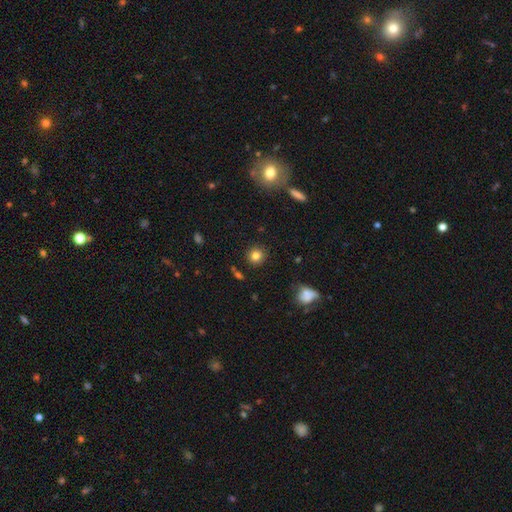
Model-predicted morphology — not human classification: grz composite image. It shows a smooth galaxy with no disk features (82%) that is round (92%). Merging: none (88%).